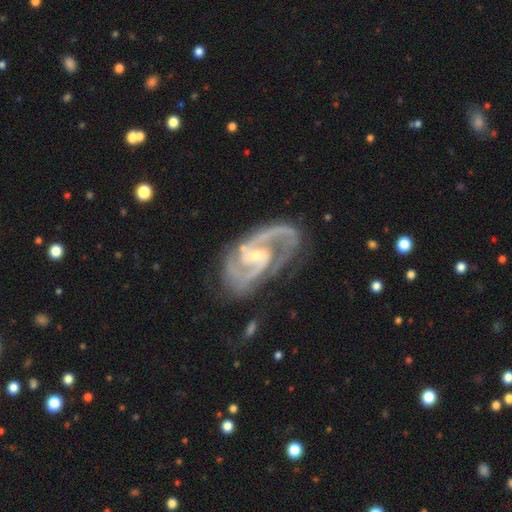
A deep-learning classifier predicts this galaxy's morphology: featured or disk 93%, star or artifact 4%, smooth 3%. Down the decision tree: edge-on disk — no (98%); bar — weak (45%); spiral arms — yes (99%); spiral arm count — 2 (84%); spiral winding — medium (58%); bulge size — small (71%); merging — none (70%).